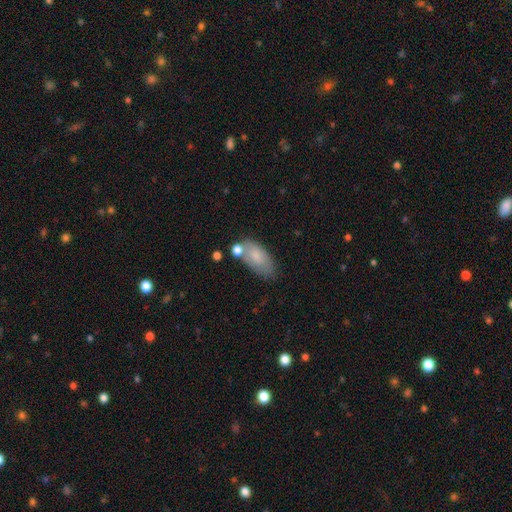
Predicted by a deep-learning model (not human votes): This appears to be a smooth galaxy with no disk features (77%) that is in between round and cigar-shaped (91%). Merging: none (57%).